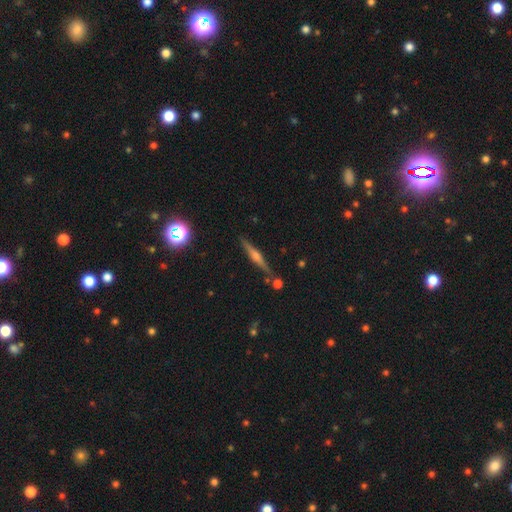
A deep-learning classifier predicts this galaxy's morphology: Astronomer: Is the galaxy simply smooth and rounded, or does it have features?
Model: featured or disk — 66%.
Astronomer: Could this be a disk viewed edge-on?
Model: yes — 97%.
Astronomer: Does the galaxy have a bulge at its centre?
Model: rounded — 76%.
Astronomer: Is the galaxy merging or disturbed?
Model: none — 84%.